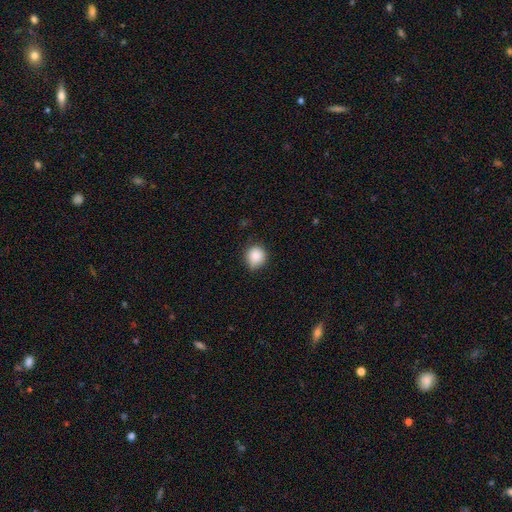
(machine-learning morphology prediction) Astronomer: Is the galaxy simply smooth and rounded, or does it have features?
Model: smooth — 87%.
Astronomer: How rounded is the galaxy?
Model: round — 87%.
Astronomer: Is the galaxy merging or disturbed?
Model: none — 73%.